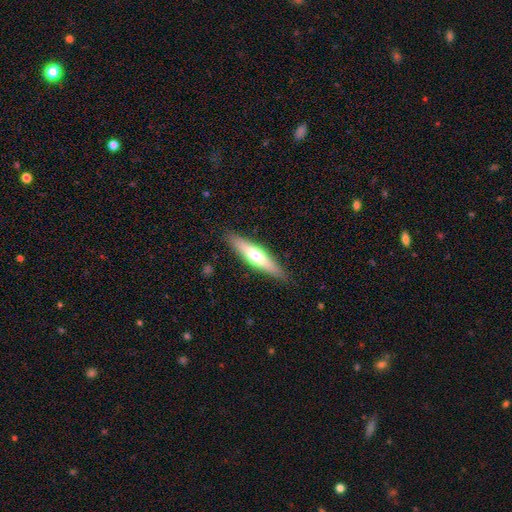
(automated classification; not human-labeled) Smooth or featured? smooth (48%)
Merging? none (88%)